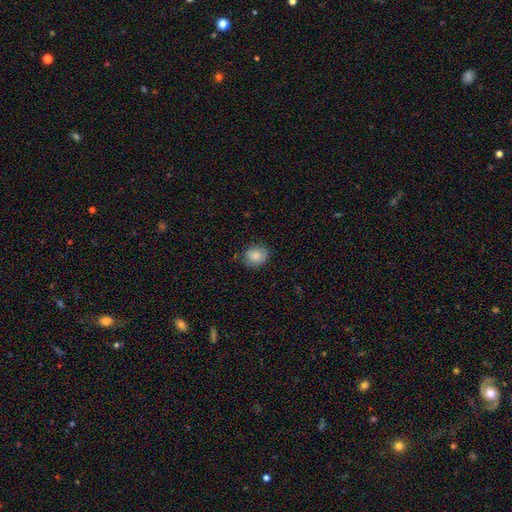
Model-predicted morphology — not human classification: A smooth galaxy with no disk features (83%) that is round (79%).

Vote fractions:
- Smooth or featured? smooth: 83% / featured or disk: 9% / star or artifact: 8%
- How rounded? round: 79% / in between: 20% / cigar-shaped: 1%
- Merging? none: 81% / minor disturbance: 14% / major disturbance: 3% / merger: 1%